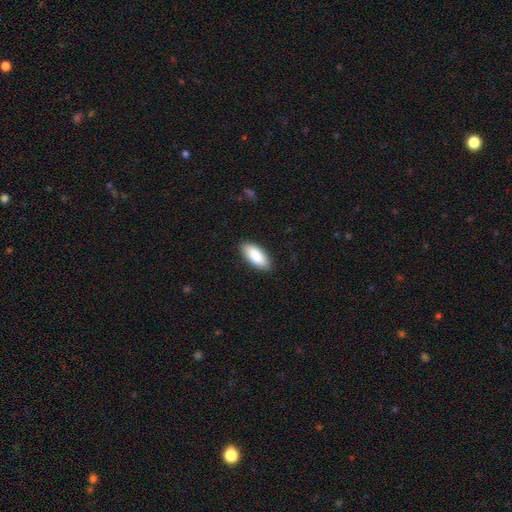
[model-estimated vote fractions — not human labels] smooth_or_featured: smooth (p=0.89) [alt: star or artifact p=0.05]
how_rounded: in between (p=0.87) [alt: cigar-shaped p=0.11]
merging: none (p=0.88) [alt: minor disturbance p=0.09]